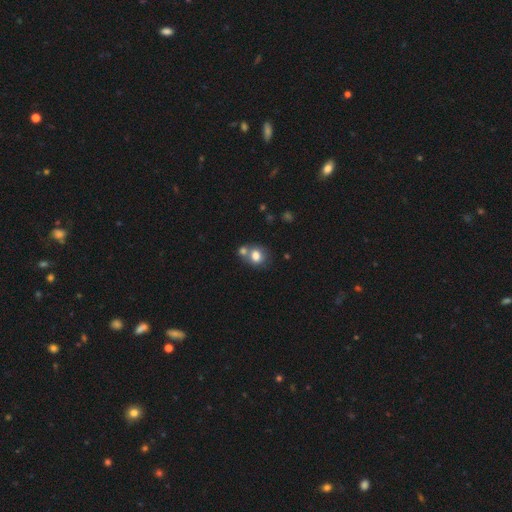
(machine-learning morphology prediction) This is likely a smooth galaxy (78%). How rounded: likely round (63%). Merging: possibly none (47%).